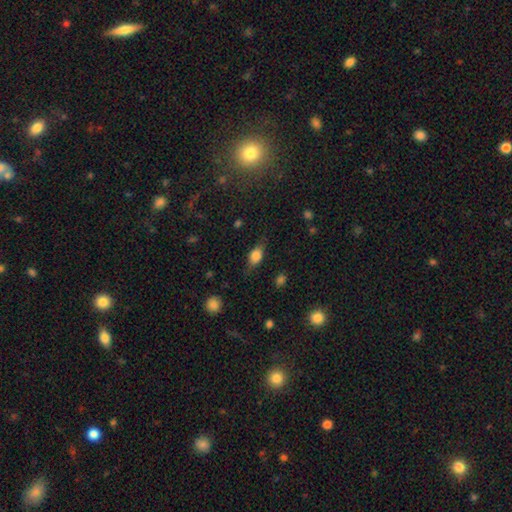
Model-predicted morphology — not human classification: Smooth or featured? smooth (76%)
How rounded? in between (80%)
Merging? none (71%)